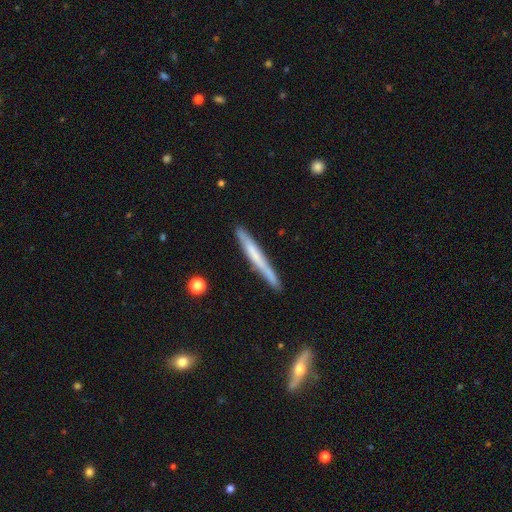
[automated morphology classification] A smooth galaxy with no disk features (50%).

Vote fractions:
- Smooth or featured? smooth: 50% / featured or disk: 44% / star or artifact: 6%
- Merging? none: 83% / minor disturbance: 12% / merger: 2% / major disturbance: 2%